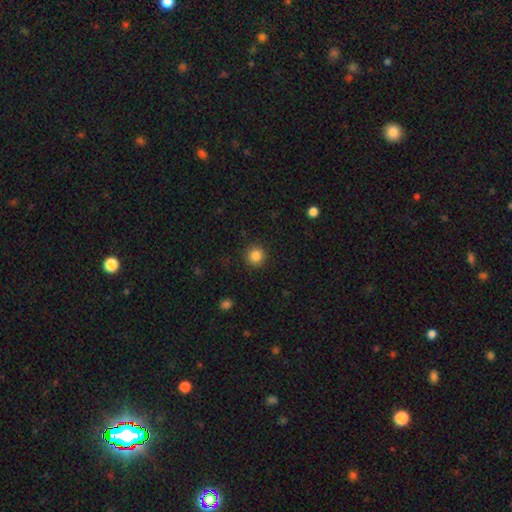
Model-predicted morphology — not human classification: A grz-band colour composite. It shows a smooth galaxy with no disk features (85%) that is round (94%). Merging: none (92%).